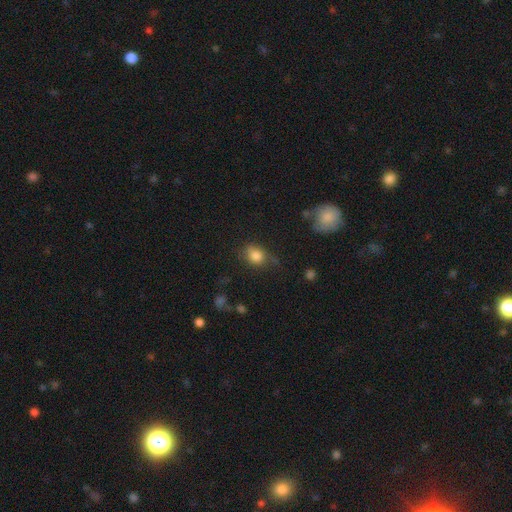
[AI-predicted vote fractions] Overall: smooth (82%). How rounded: in between (54%; round 45%). Merging: none (62%; minor disturbance 26%).